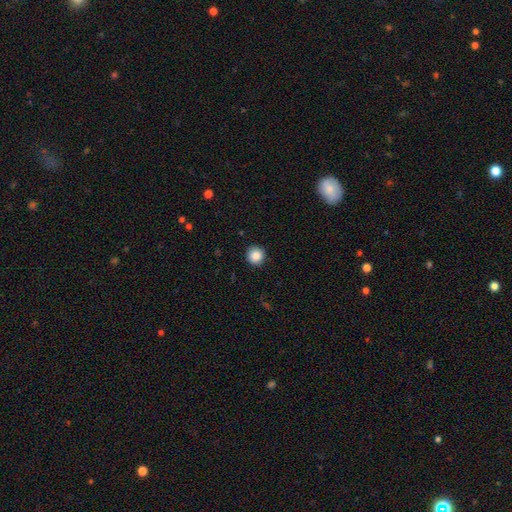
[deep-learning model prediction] Overall: smooth (87%). How rounded: round (94%). Merging: none (91%).